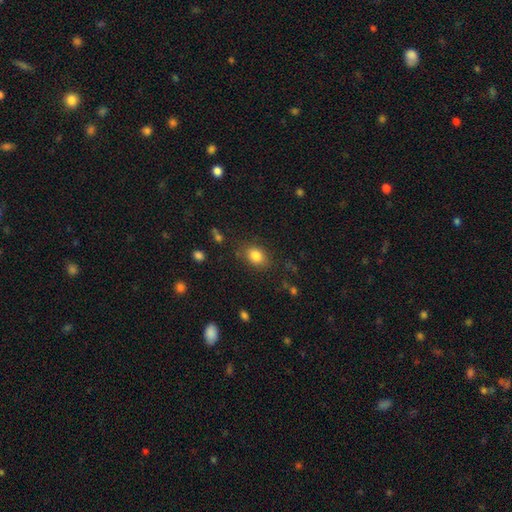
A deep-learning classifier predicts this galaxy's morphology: The model was most divided on "how rounded": in between: 68%, round: 30%, cigar-shaped: 1%. More confident: smooth or featured — smooth (84%); merging — none (80%).